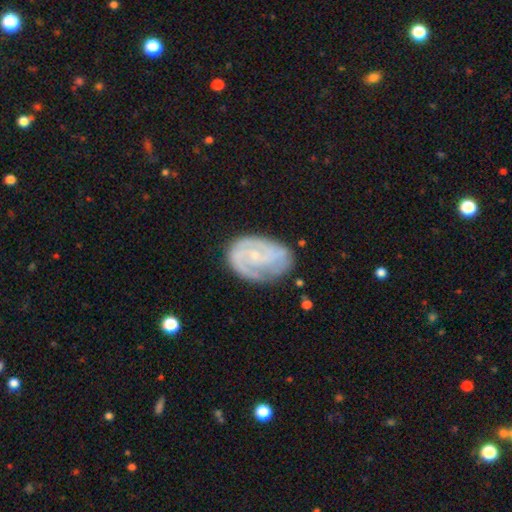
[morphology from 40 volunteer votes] Smooth or featured: featured or disk — 95% (smooth — 5%)
Edge-on disk: no — 92% (yes — 8%)
Bar: no — 66% (weak — 29%)
Spiral arms: yes — 89% (no — 11%)
Spiral winding: tight — 68% (medium — 26%)
Spiral arm count: 2 — 35% (can't tell — 32%)
Bulge size: small — 80% (moderate — 11%)
Merging: none — 60% (minor disturbance — 28%)